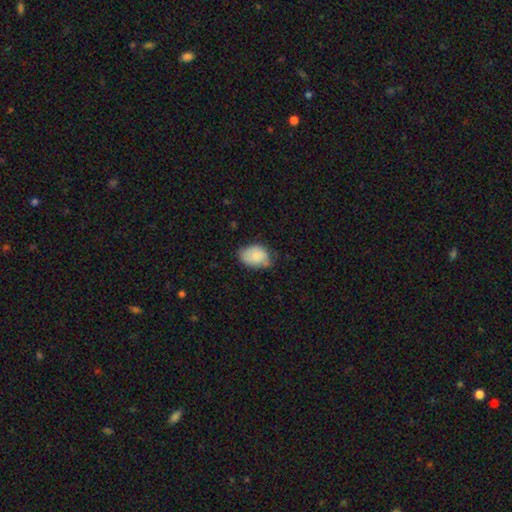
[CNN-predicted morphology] This is clearly a smooth galaxy (84%). How rounded: likely in between (77%). Merging: possibly none (57%).